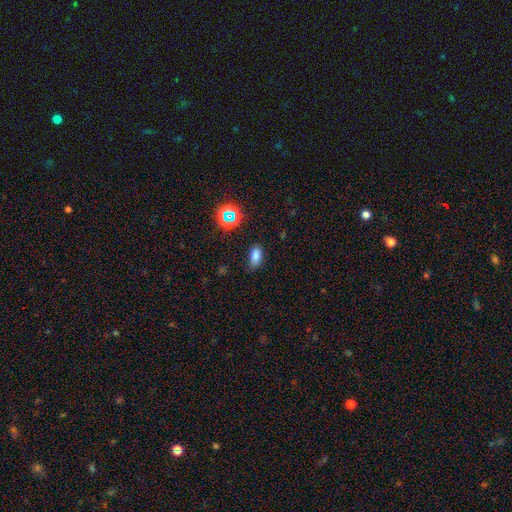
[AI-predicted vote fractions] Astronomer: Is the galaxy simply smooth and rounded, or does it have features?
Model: smooth — 77%.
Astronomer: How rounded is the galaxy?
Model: in between — 88%.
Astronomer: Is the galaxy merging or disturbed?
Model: none — 73%.